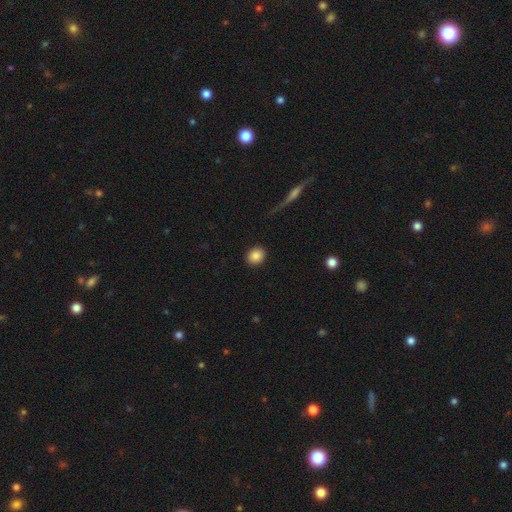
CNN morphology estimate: Smooth or featured? Predicted: smooth (p=0.86). How rounded? Predicted: round (p=0.65). Merging? Predicted: none (p=0.91).